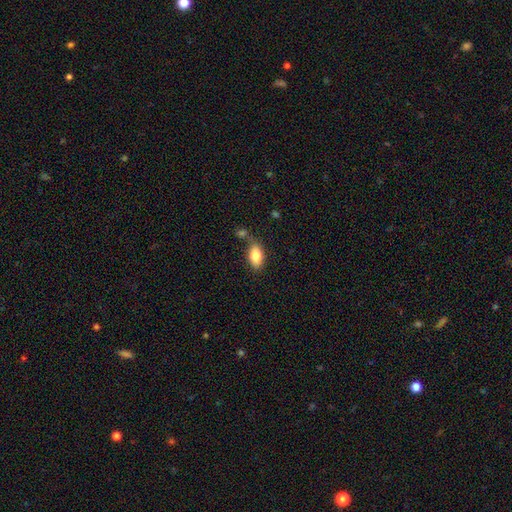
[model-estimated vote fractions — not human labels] The model was most divided on "merging": none: 65%, minor disturbance: 16%, merger: 14%, major disturbance: 5%. More confident: how rounded — in between (90%); smooth or featured — smooth (82%).